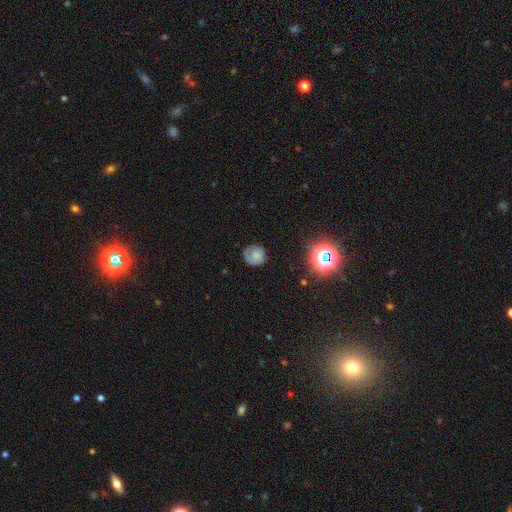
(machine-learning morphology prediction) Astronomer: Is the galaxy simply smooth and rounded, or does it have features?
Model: smooth — 64%.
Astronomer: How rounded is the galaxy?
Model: round — 85%.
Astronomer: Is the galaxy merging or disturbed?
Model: none — 70%.